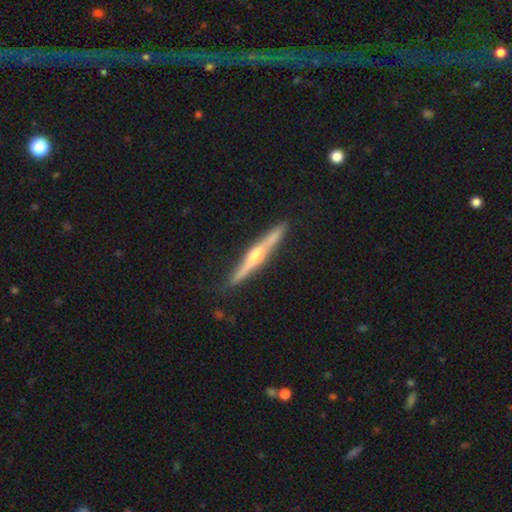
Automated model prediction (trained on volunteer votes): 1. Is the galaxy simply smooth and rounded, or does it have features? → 80% featured or disk, 15% smooth, 5% star or artifact.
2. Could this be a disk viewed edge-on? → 98% yes, 2% no.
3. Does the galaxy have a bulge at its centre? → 92% rounded, 5% none, 3% boxy.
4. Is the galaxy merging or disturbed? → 87% none, 10% minor disturbance, 2% major disturbance, 2% merger.